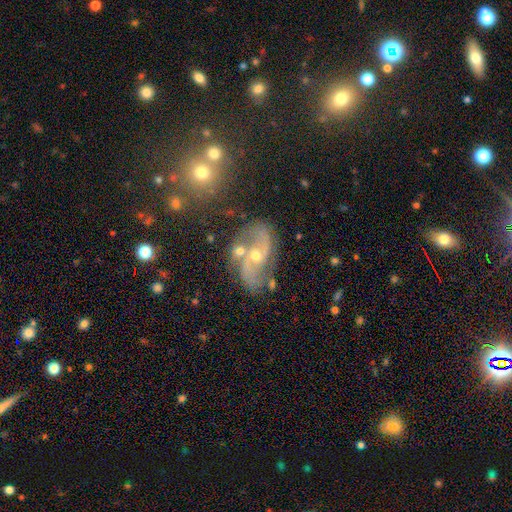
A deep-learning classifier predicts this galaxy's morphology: Smooth or featured? Predicted: featured or disk (p=0.85). Edge-on disk? Predicted: no (p=0.97). Bar? Predicted: no (p=0.56). Spiral arms? Predicted: yes (p=0.95). Spiral winding? Predicted: loose (p=0.52). Spiral arm count? Predicted: 2 (p=0.91). Bulge size? Predicted: moderate (p=0.49). Merging? Predicted: none (p=0.57).